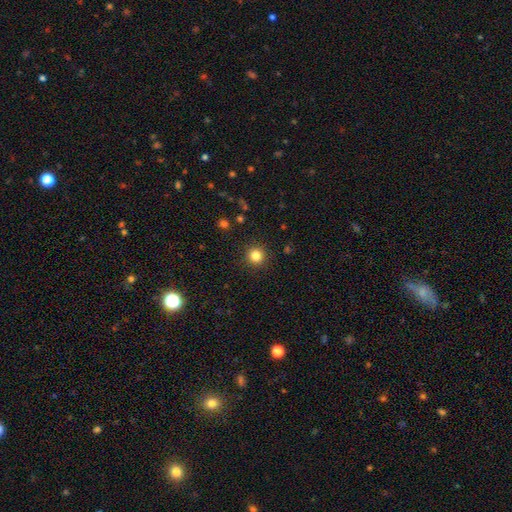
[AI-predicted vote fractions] Overall: smooth (83%). How rounded: round (94%). Merging: none (92%).